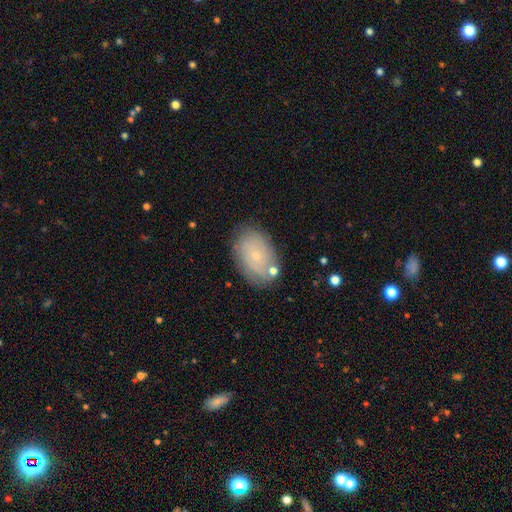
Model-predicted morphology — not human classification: Smooth or featured? smooth (54%)
How rounded? in between (89%)
Merging? none (77%)